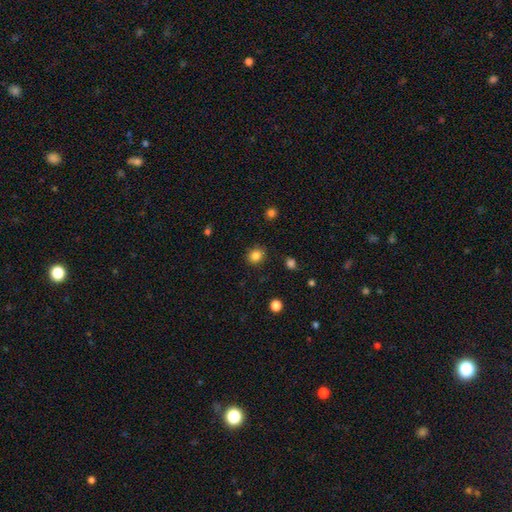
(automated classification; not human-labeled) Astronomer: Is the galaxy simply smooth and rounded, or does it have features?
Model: smooth — 84%.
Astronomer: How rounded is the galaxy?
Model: round — 70%.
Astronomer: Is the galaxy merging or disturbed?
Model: none — 88%.